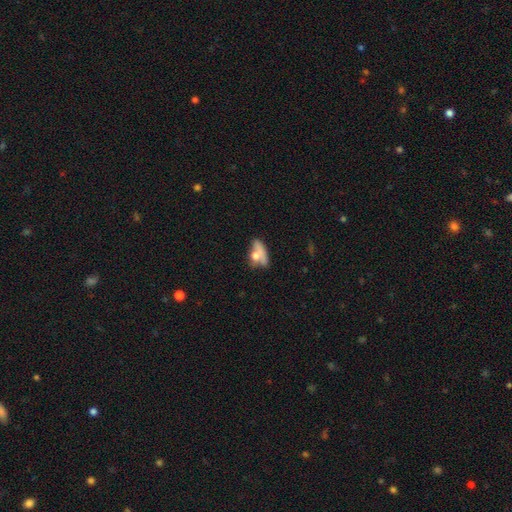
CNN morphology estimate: type=smooth (62%); roundness=in between (68%); merging=merger (31%).